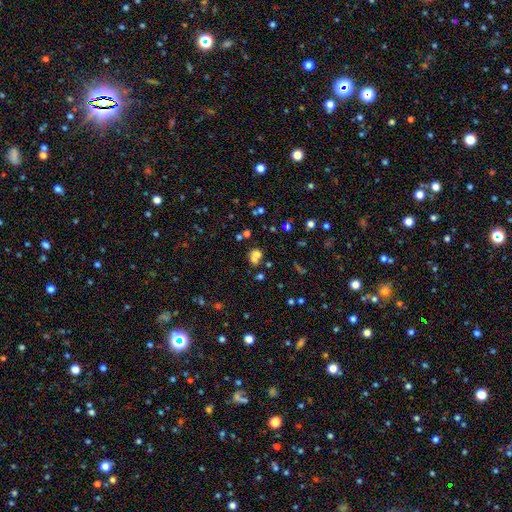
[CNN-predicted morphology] Smooth or featured? smooth (61%)
How rounded? round (68%)
Merging? none (43%)